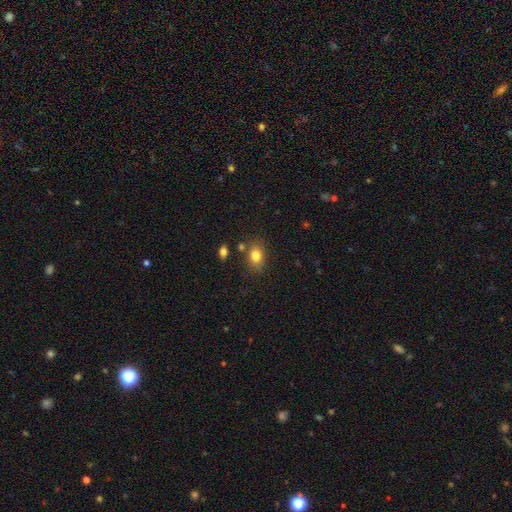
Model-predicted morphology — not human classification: smooth-or-featured: smooth: 81% | star or artifact: 10% | featured or disk: 9%
  how-rounded: in between: 65% | round: 34% | cigar-shaped: 1%
  merging: none: 76% | minor disturbance: 14% | merger: 7% | major disturbance: 4%